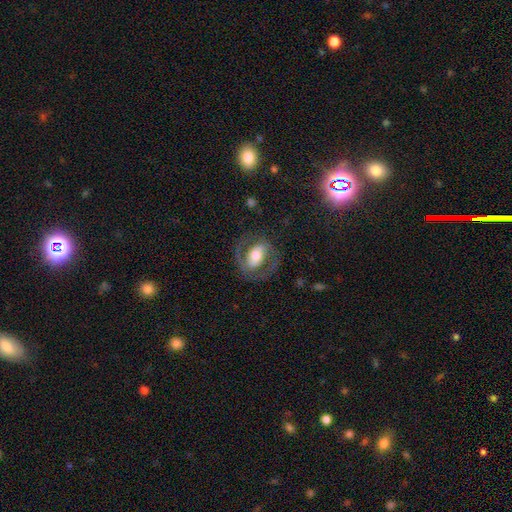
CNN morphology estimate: Smooth or featured?
  - featured or disk: 67% *
  - smooth: 27%
  - star or artifact: 6%
Edge-on disk?
  - no: 94% *
  - yes: 6%
Bar?
  - strong: 37% *
  - weak: 32%
  - no: 30%
Spiral arms?
  - yes: 74% *
  - no: 26%
Bulge size?
  - moderate: 58% *
  - large: 23%
  - small: 15%
  - dominant: 3%
  - none: 2%
Merging?
  - none: 69% *
  - minor disturbance: 15%
  - major disturbance: 14%
  - merger: 1%